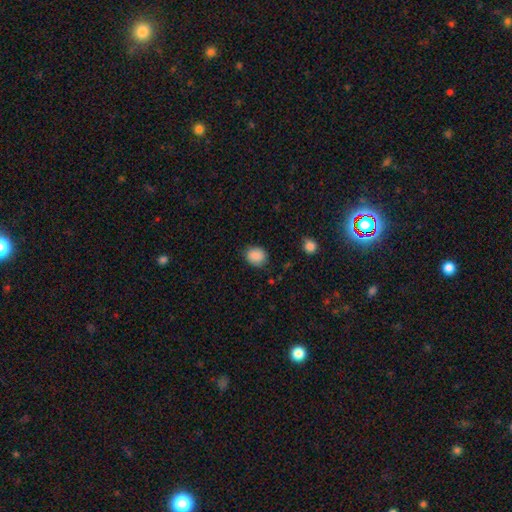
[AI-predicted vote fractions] This appears to be a smooth galaxy with no disk features (88%) that is round (69%). Merging: none (83%).